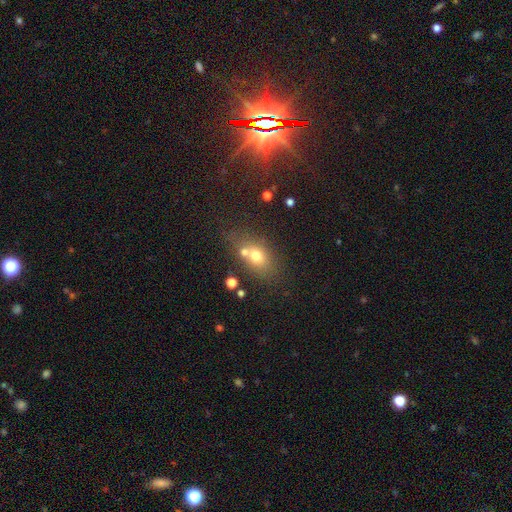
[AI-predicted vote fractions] smooth-or-featured: smooth: 66% | featured or disk: 20% | star or artifact: 13%
  how-rounded: in between: 66% | round: 30% | cigar-shaped: 4%
  merging: none: 46% | merger: 35% | minor disturbance: 13% | major disturbance: 6%